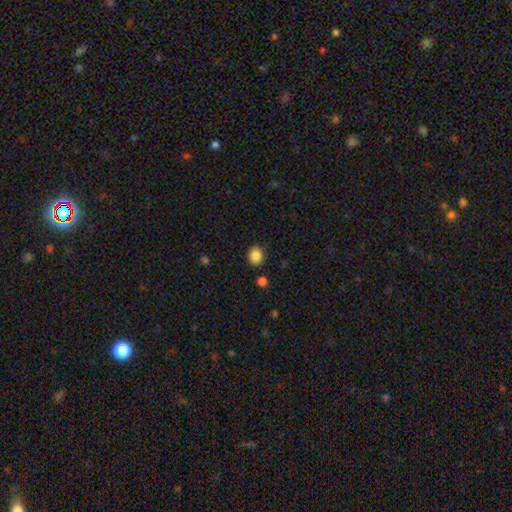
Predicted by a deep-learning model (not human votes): Morphology: type=smooth (86%); roundness=round (73%); merging=none (82%).